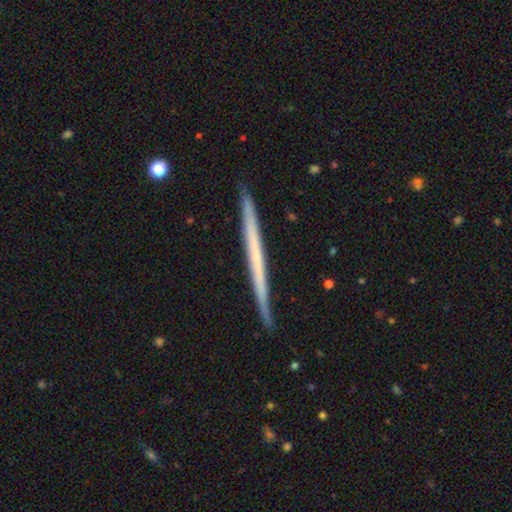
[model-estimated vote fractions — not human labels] Smooth or featured?
  - featured or disk: 57% *
  - smooth: 37%
  - star or artifact: 5%
Edge-on disk?
  - yes: 98% *
  - no: 2%
Edge-on bulge?
  - none: 91% *
  - rounded: 6%
  - boxy: 3%
Merging?
  - none: 91% *
  - minor disturbance: 6%
  - major disturbance: 1%
  - merger: 1%